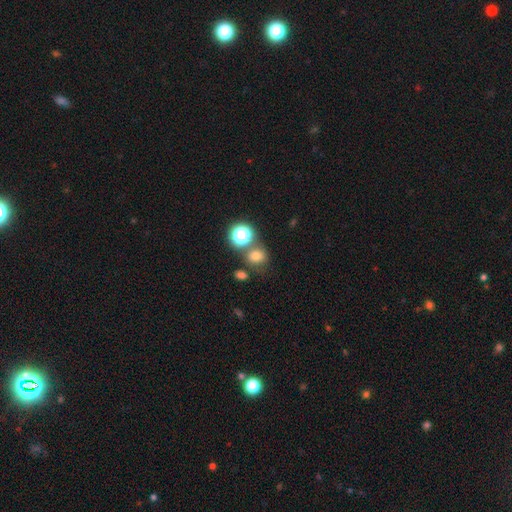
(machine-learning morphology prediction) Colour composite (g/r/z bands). It shows a smooth galaxy with no disk features (70%) that is round (73%). Merging: none (64%).